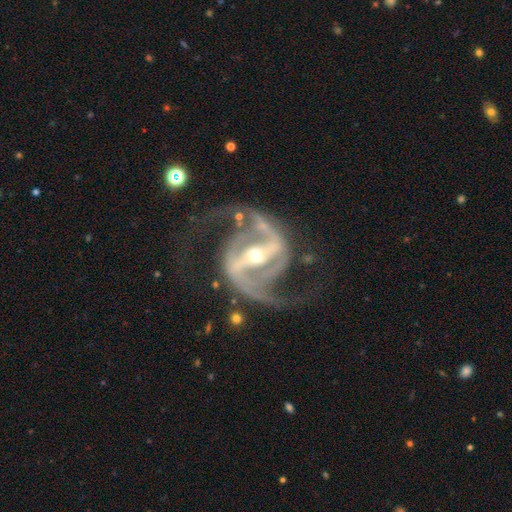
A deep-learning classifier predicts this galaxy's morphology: A featured or disk galaxy (93%) with a strong bar (74%), 2 (93%) medium (61%) spiral arms (98%) and a moderate central bulge (53%).

Vote fractions:
- Smooth or featured? featured or disk: 93% / star or artifact: 5% / smooth: 2%
- Edge-on disk? no: 97% / yes: 3%
- Bar? strong: 74% / weak: 19% / no: 6%
- Spiral arms? yes: 98% / no: 2%
- Spiral winding? medium: 61% / loose: 25% / tight: 15%
- Spiral arm count? 2: 93% / 3: 2% / can't tell: 1% / 1: 1% / 4: 1% / more than 4: 1%
- Bulge size? moderate: 53% / small: 42% / large: 3% / none: 1% / dominant: 1%
- Merging? none: 73% / minor disturbance: 13% / major disturbance: 12% / merger: 2%